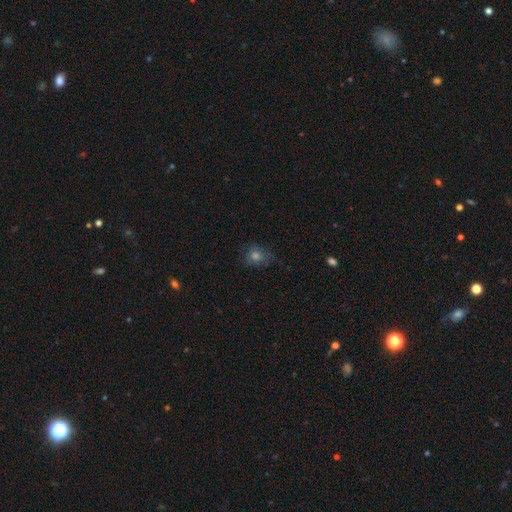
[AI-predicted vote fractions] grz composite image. It shows a smooth galaxy with no disk features (68%) that is round (72%). Merging: none (71%).